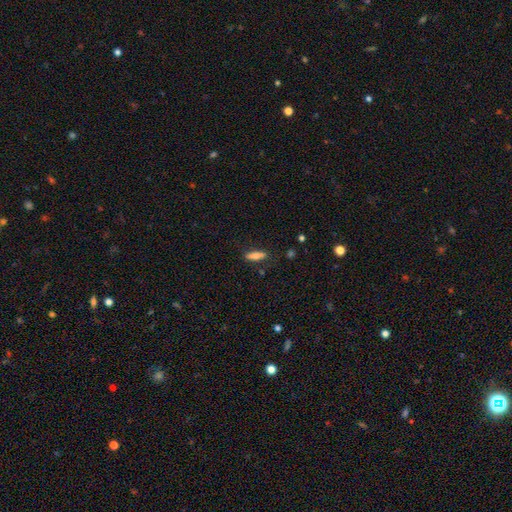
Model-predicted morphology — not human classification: type=smooth (73%); roundness=cigar-shaped (60%); merging=none (83%).